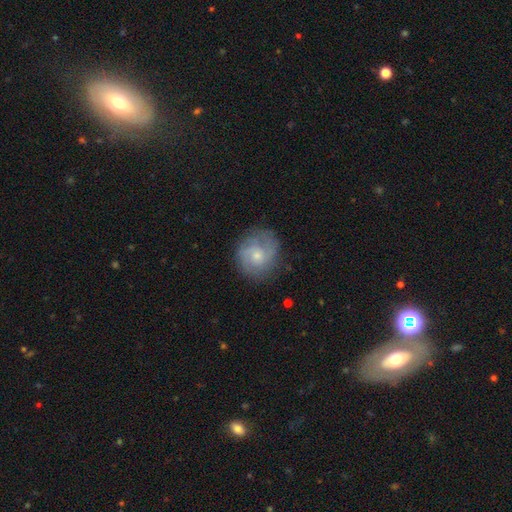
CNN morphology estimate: type=featured or disk (61%); edge-on=no (97%); bar=no (70%); spiral arms=yes (88%); winding=tight (45%); arm count=2 (44%); bulge=small (50%); merging=none (78%).